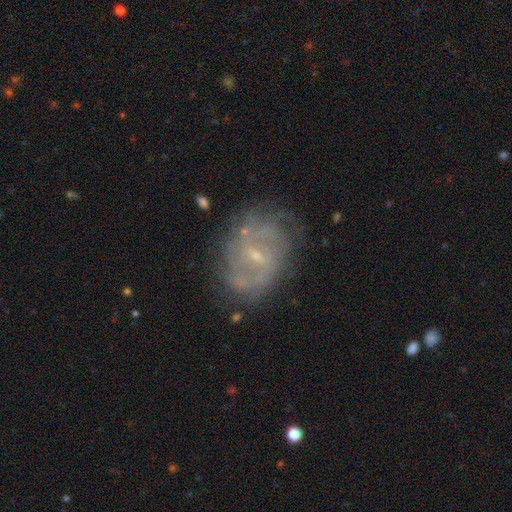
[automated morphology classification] The model was most divided on "spiral arm count": can't tell: 39%, 2: 37%, 3: 10%, 4: 6%, 1: 5%, more than 4: 4%. Remaining: edge-on disk — no (97%); spiral arms — yes (84%); smooth or featured — featured or disk (78%); bulge size — small (78%); merging — none (69%); bar — weak (55%); spiral winding — medium (43%).